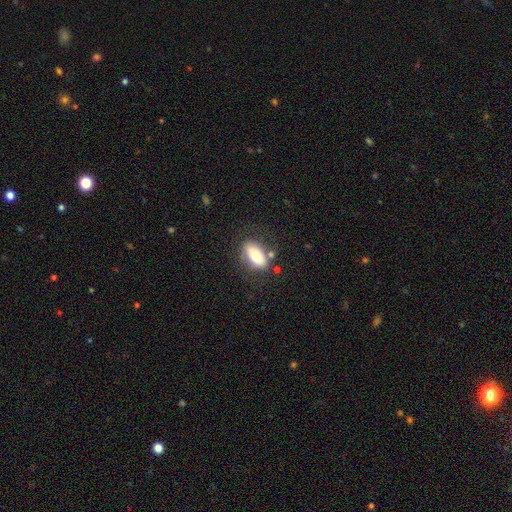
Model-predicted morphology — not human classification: This is likely a smooth galaxy (73%). How rounded: clearly in between (90%). Merging: likely none (70%).